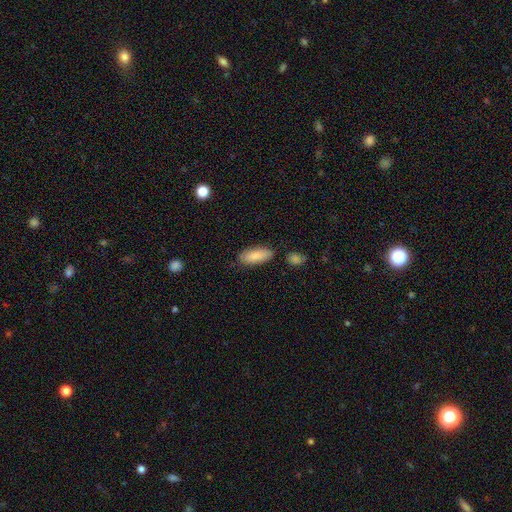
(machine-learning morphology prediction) smooth 84%, featured or disk 10%, star or artifact 6%. Down the decision tree: how rounded — in between (80%); merging — none (78%).